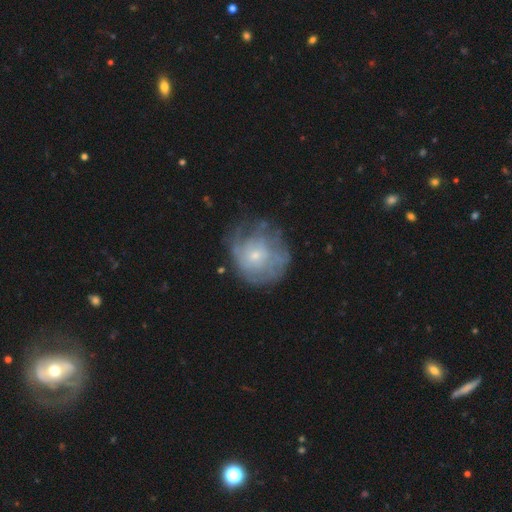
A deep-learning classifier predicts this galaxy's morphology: Smooth or featured: featured or disk — 59% (smooth — 32%)
Edge-on disk: no — 97% (yes — 3%)
Bar: no — 81% (weak — 17%)
Spiral arms: yes — 58% (no — 42%)
Bulge size: small — 68% (moderate — 26%)
Merging: none — 53% (minor disturbance — 24%)